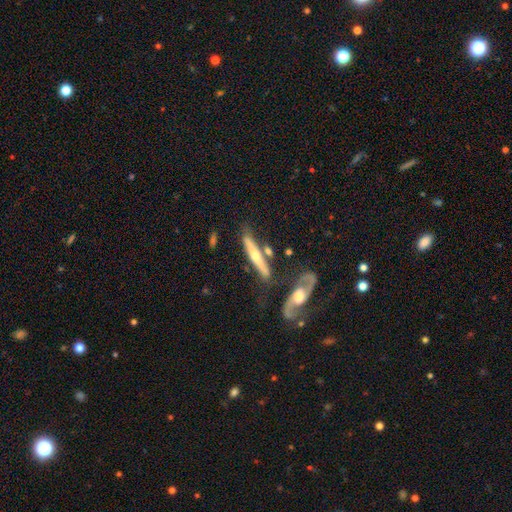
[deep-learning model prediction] The model was most divided on "smooth or featured": featured or disk: 64%, smooth: 31%, star or artifact: 6%. More confident: edge-on disk — yes (86%); edge-on bulge — rounded (85%); merging — none (65%).